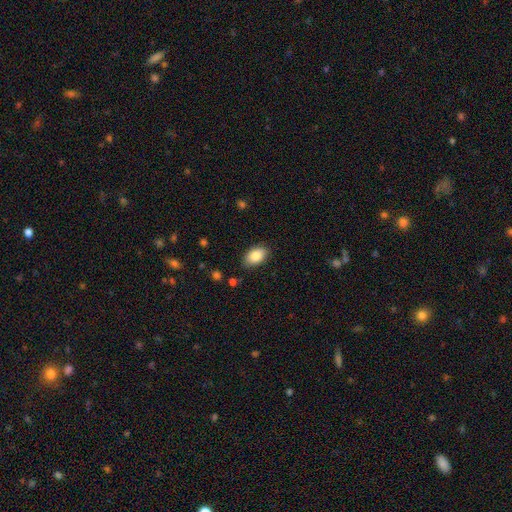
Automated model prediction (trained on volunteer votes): This is clearly a smooth galaxy (86%). How rounded: clearly in between (91%). Merging: clearly none (85%).